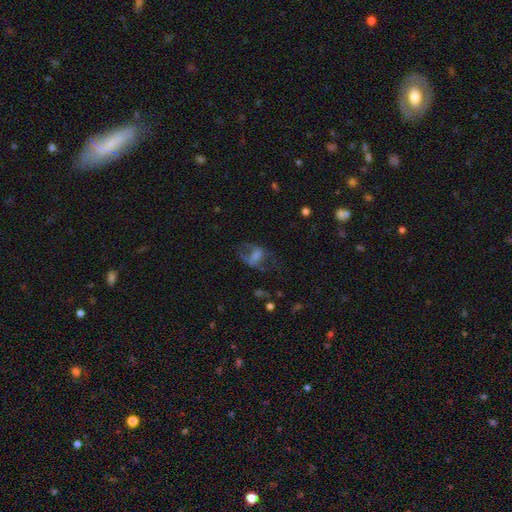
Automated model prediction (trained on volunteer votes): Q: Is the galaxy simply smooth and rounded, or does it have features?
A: featured or disk — 44%.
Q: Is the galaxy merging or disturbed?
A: none — 43%.